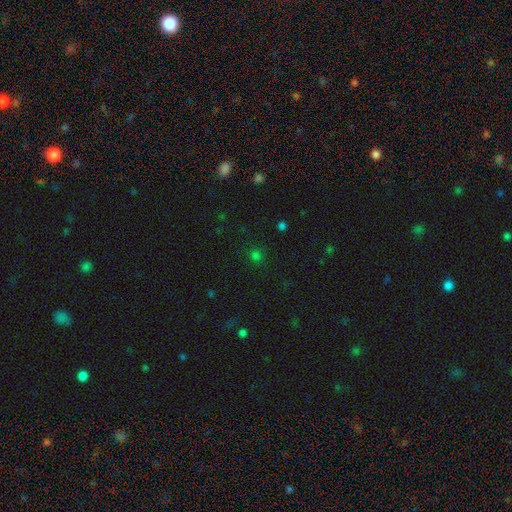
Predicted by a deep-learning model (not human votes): A smooth galaxy with no disk features (68%) that is round (83%). Merging: none (84%).